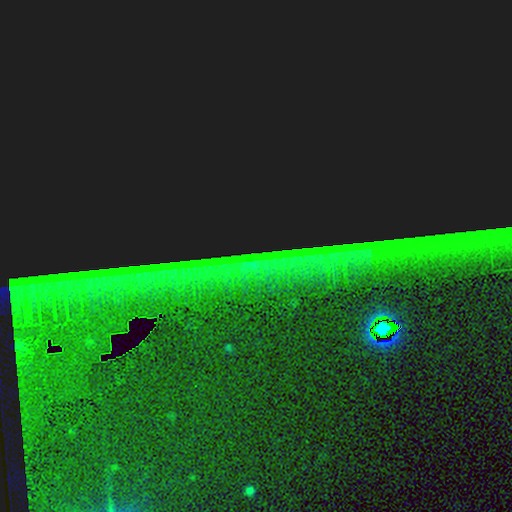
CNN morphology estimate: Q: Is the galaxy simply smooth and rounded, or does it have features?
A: star or artifact — 85%.